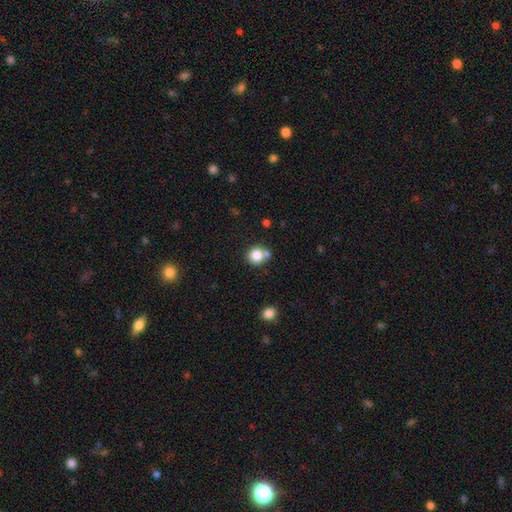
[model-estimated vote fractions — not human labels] A smooth galaxy with no disk features (82%) that is round (88%).

Vote fractions:
- Smooth or featured? smooth: 82% / star or artifact: 11% / featured or disk: 8%
- How rounded? round: 88% / in between: 11% / cigar-shaped: 1%
- Merging? none: 65% / merger: 21% / minor disturbance: 11% / major disturbance: 3%